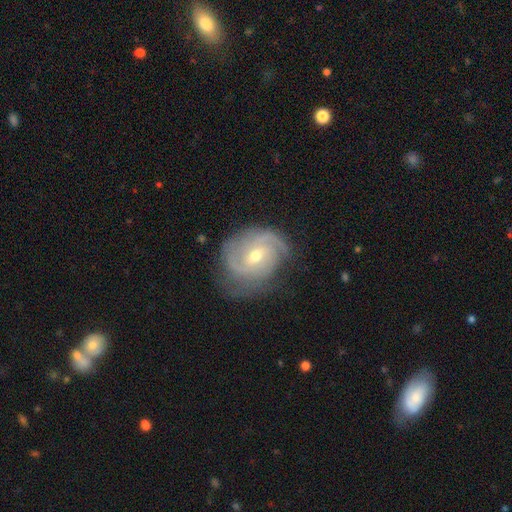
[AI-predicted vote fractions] Smooth or featured? featured or disk (86%)
Edge-on disk? no (97%)
Bar? weak (48%)
Spiral arms? yes (96%)
Spiral winding? tight (49%)
Spiral arm count? 2 (40%)
Bulge size? moderate (51%)
Merging? none (68%)